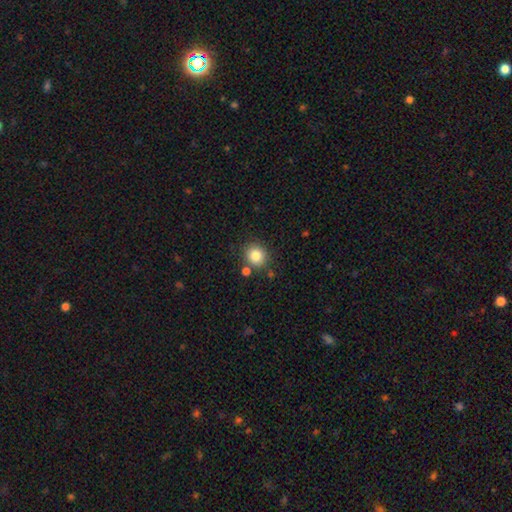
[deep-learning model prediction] The model was most divided on "merging": none: 79%, minor disturbance: 9%, merger: 8%, major disturbance: 3%. More confident: how rounded — round (85%); smooth or featured — smooth (83%).